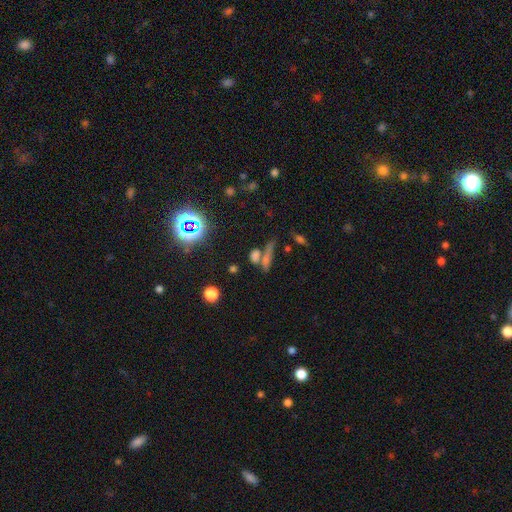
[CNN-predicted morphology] type=smooth (58%); roundness=in between (40%); merging=none (44%).